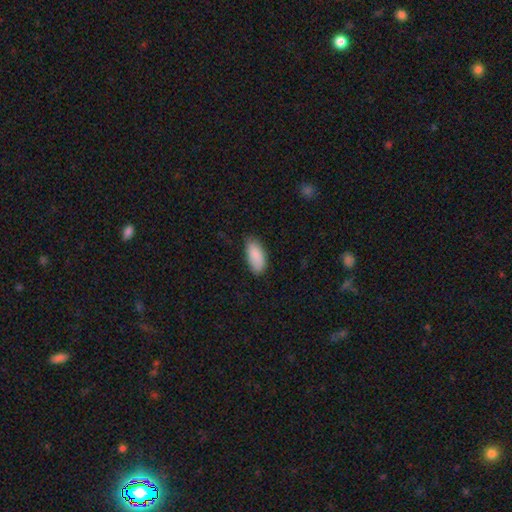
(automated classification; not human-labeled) Q: Smooth or featured?
A: smooth (88%); runner-up: star or artifact (6%)
Q: How rounded?
A: in between (91%); runner-up: cigar-shaped (7%)
Q: Merging?
A: none (77%); runner-up: minor disturbance (19%)